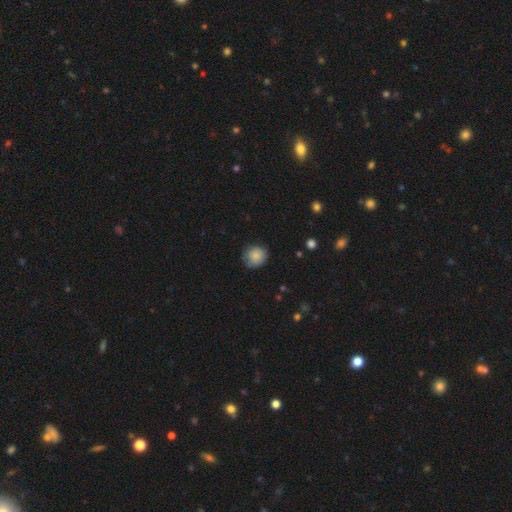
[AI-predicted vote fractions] This is clearly a smooth galaxy (86%). How rounded: clearly round (87%). Merging: likely none (77%).